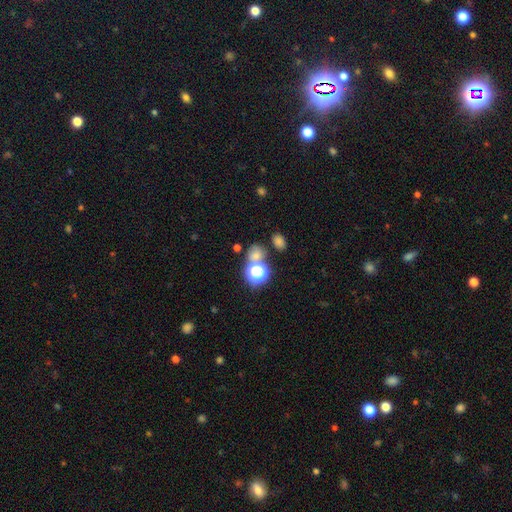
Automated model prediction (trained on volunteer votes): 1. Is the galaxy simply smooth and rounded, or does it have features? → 62% smooth, 30% star or artifact, 8% featured or disk.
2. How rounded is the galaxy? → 70% round, 29% in between, 1% cigar-shaped.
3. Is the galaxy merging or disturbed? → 61% none, 23% merger, 10% minor disturbance, 5% major disturbance.